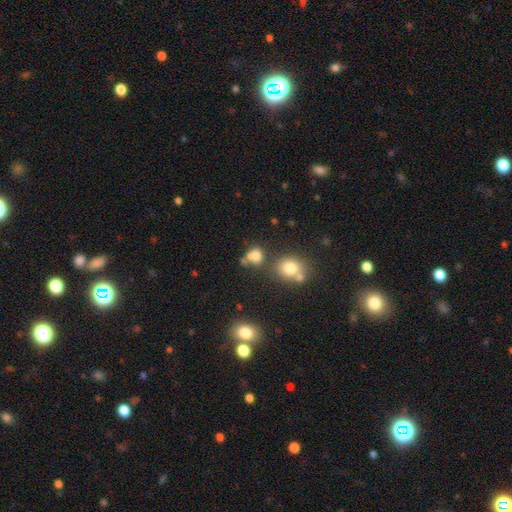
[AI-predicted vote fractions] Q: Smooth or featured?
A: smooth (74%); runner-up: star or artifact (15%)
Q: How rounded?
A: round (71%); runner-up: in between (28%)
Q: Merging?
A: none (49%); runner-up: merger (32%)